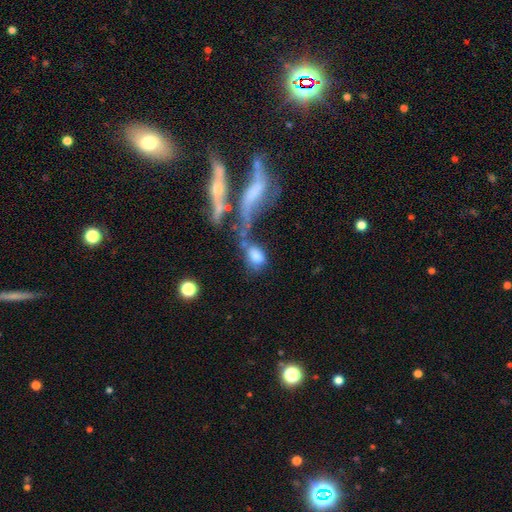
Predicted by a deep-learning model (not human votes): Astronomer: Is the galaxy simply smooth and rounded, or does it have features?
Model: smooth — 74%.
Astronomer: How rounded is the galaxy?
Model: in between — 82%.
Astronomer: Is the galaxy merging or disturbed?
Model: merger — 37% (runner-up: none, 28%).